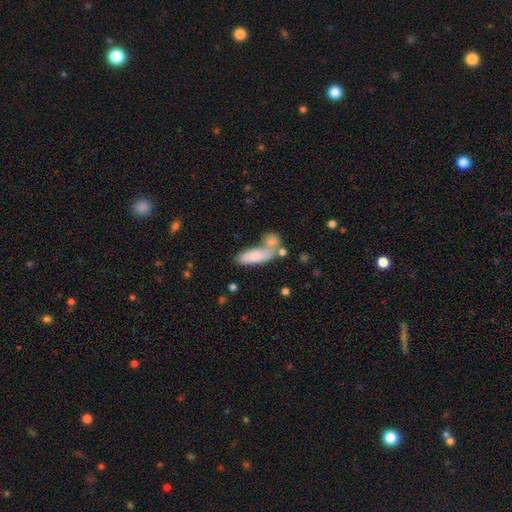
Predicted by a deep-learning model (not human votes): smooth_or_featured: smooth (p=0.77) [alt: featured or disk p=0.17]
how_rounded: in between (p=0.63) [alt: cigar-shaped p=0.34]
merging: merger (p=0.42) [alt: none p=0.34]